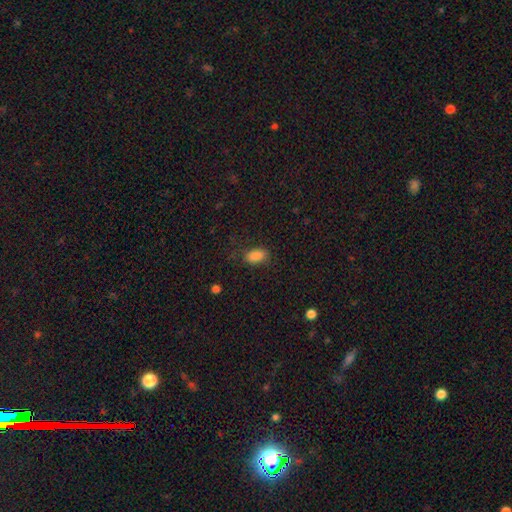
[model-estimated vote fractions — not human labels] Smooth or featured? smooth (86%)
How rounded? in between (91%)
Merging? none (77%)